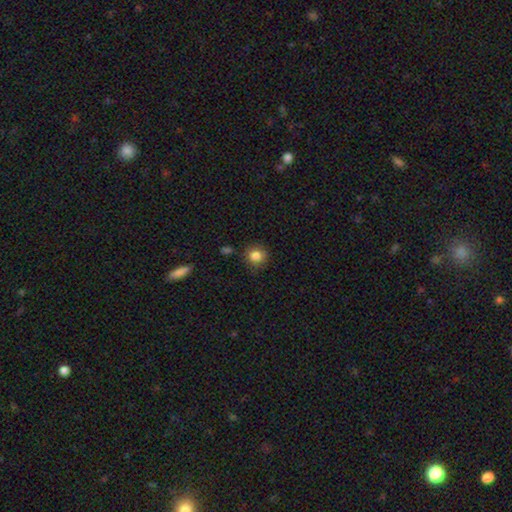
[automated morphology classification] A smooth galaxy with no disk features (84%) that is round (89%).

Vote fractions:
- Smooth or featured? smooth: 84% / star or artifact: 11% / featured or disk: 6%
- How rounded? round: 89% / in between: 10% / cigar-shaped: 1%
- Merging? none: 83% / minor disturbance: 11% / major disturbance: 3% / merger: 3%